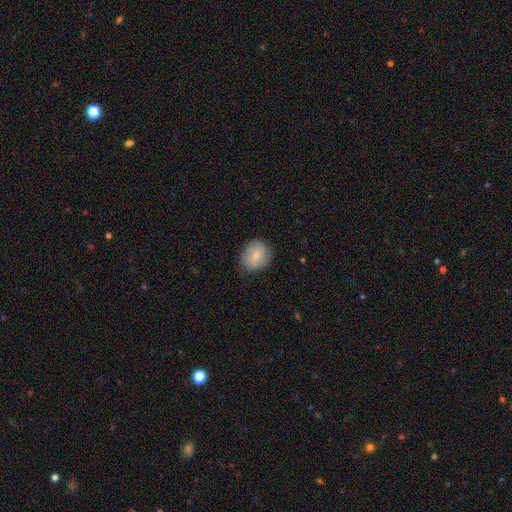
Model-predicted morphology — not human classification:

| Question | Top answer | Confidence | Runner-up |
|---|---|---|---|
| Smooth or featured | smooth | 70% | featured or disk (22%) |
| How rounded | round | 71% | in between (28%) |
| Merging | none | 74% | minor disturbance (21%) |